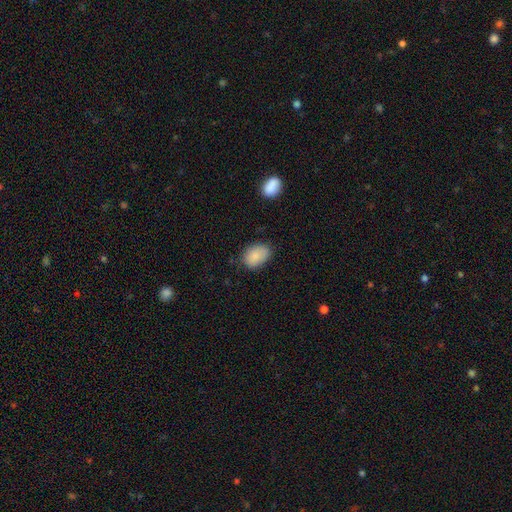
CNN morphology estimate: smooth-or-featured: smooth: 86% | star or artifact: 8% | featured or disk: 7%
  how-rounded: in between: 86% | round: 13% | cigar-shaped: 1%
  merging: none: 75% | minor disturbance: 20% | major disturbance: 4% | merger: 2%